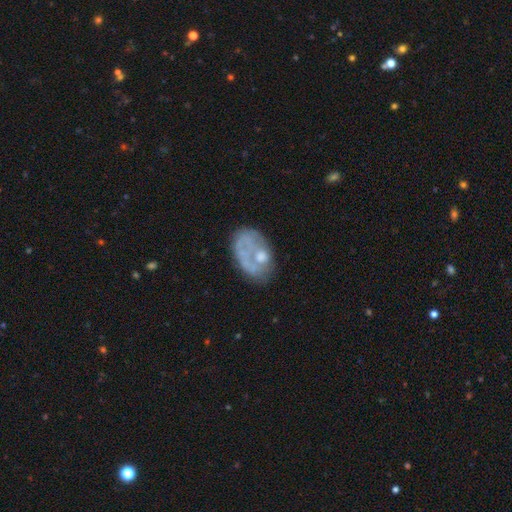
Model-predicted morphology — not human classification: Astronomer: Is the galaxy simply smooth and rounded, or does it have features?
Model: featured or disk — 54% (runner-up: smooth, 37%).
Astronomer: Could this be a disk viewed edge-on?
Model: no — 96%.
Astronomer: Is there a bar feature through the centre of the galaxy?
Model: no — 89%.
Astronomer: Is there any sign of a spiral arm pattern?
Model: no — 79%.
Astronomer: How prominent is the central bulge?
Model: moderate — 36% (runner-up: none, 34%).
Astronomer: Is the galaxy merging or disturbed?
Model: none — 46% (runner-up: minor disturbance, 24%).